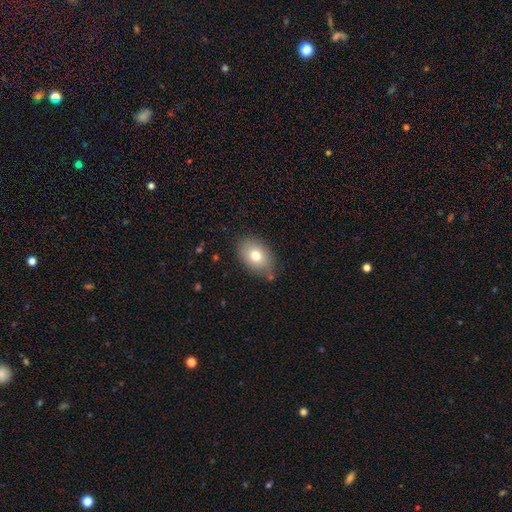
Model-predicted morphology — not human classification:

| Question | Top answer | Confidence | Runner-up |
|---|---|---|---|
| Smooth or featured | smooth | 76% | featured or disk (15%) |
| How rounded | in between | 80% | round (19%) |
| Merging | none | 78% | minor disturbance (16%) |